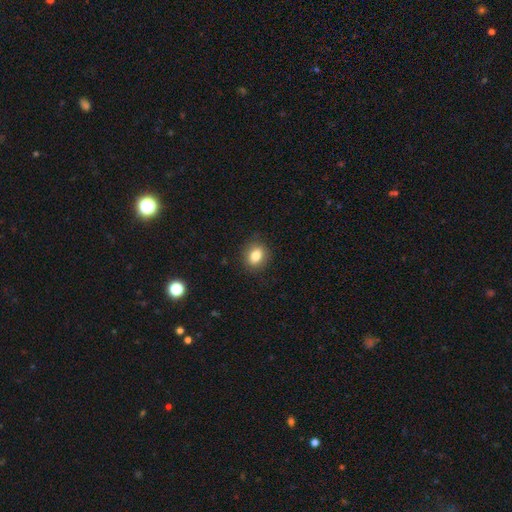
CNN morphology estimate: Smooth or featured? smooth (83%)
How rounded? in between (54%)
Merging? none (87%)